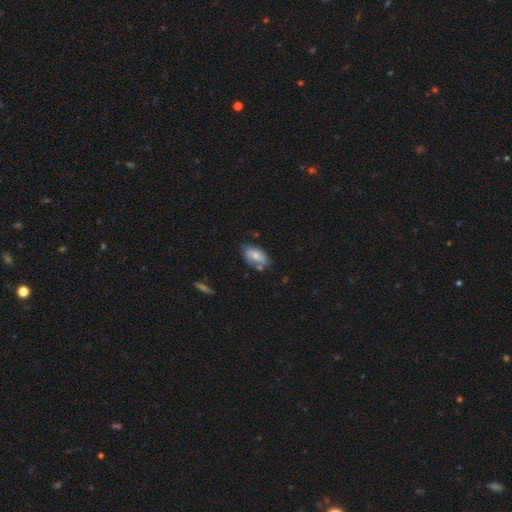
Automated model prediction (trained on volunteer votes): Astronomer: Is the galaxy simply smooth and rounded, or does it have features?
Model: smooth — 70%.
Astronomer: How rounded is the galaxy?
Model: in between — 92%.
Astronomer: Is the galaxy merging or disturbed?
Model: none — 62%.